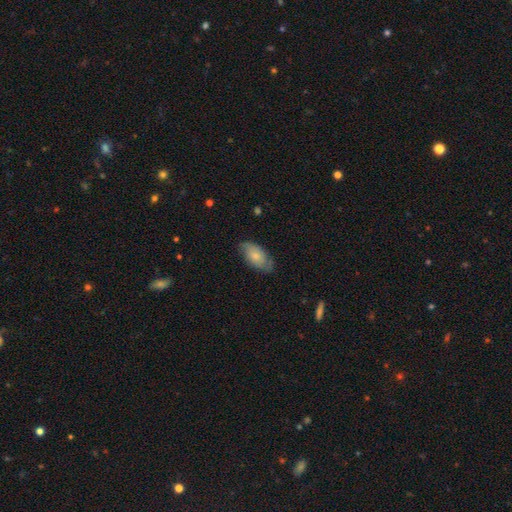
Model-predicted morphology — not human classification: smooth_or_featured: smooth (p=0.60) [alt: featured or disk p=0.34]
how_rounded: in between (p=0.93) [alt: round p=0.04]
merging: none (p=0.70) [alt: minor disturbance p=0.23]